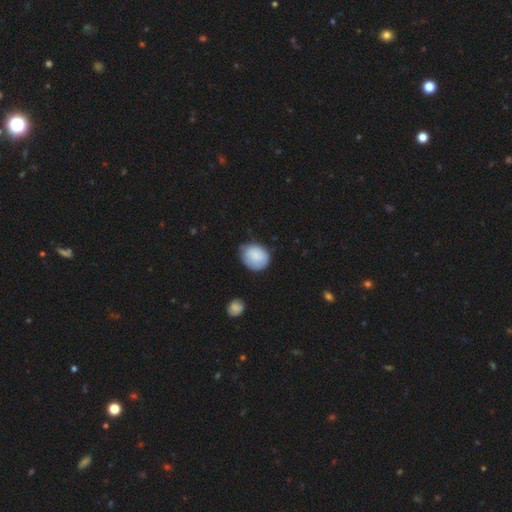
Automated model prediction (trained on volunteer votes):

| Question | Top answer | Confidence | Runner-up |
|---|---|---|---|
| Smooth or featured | smooth | 82% | featured or disk (12%) |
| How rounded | round | 54% | in between (45%) |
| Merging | none | 60% | minor disturbance (32%) |